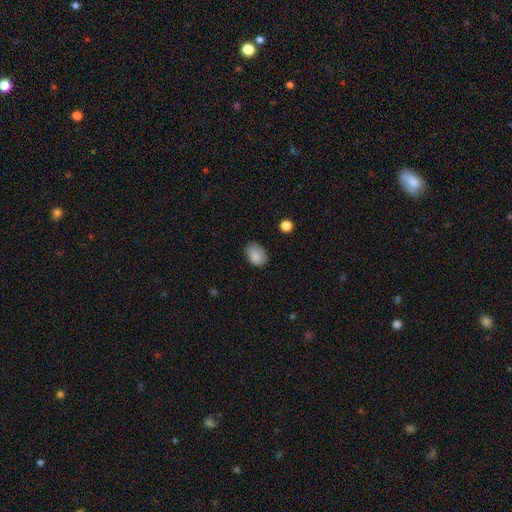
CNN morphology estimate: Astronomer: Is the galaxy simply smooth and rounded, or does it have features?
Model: smooth — 87%.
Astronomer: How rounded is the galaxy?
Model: in between — 77%.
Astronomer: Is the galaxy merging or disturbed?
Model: none — 74%.